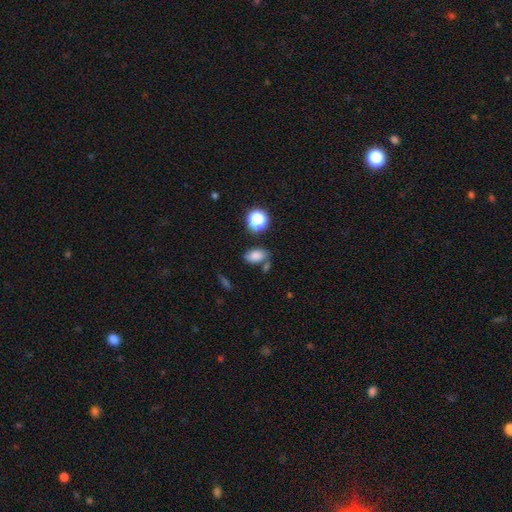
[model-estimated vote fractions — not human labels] Smooth or featured?
  - smooth: 78% *
  - star or artifact: 14%
  - featured or disk: 9%
How rounded?
  - in between: 84% *
  - round: 14%
  - cigar-shaped: 2%
Merging?
  - none: 63% *
  - minor disturbance: 17%
  - merger: 15%
  - major disturbance: 5%